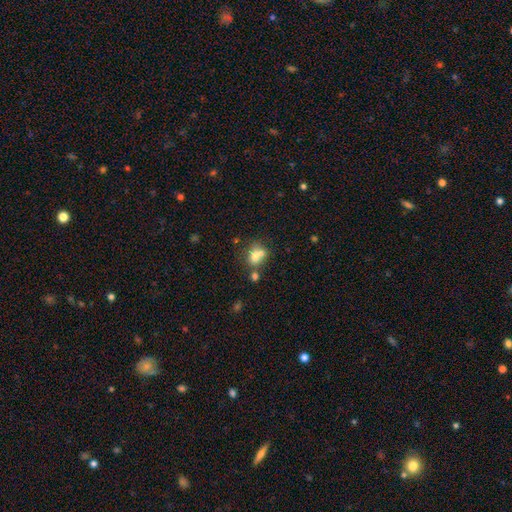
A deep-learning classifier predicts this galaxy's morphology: Q: Smooth or featured?
A: smooth (68%); runner-up: featured or disk (19%)
Q: How rounded?
A: round (63%); runner-up: in between (35%)
Q: Merging?
A: merger (50%); runner-up: none (36%)